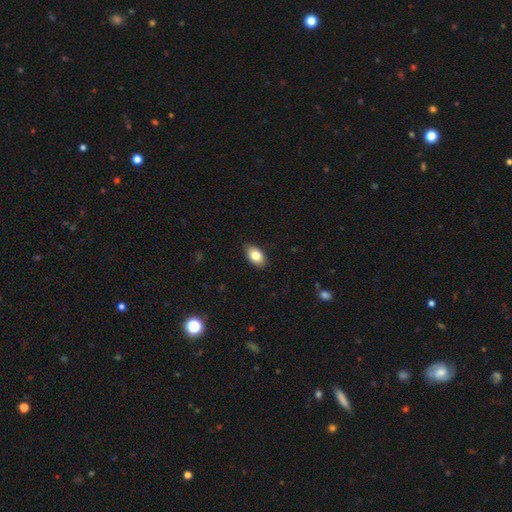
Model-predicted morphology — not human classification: Smooth or featured? Predicted: smooth (p=0.82). How rounded? Predicted: in between (p=0.92). Merging? Predicted: none (p=0.88).